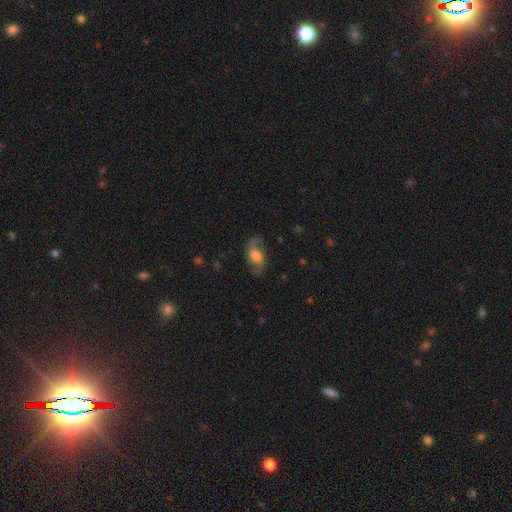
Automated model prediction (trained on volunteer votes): smooth_or_featured: featured or disk (p=0.59) [alt: smooth p=0.33]
disk_edge_on: no (p=0.93) [alt: yes p=0.07]
bar: no (p=0.48) [alt: weak p=0.38]
has_spiral_arms: yes (p=0.86) [alt: no p=0.14]
bulge_size: large (p=0.46) [alt: moderate p=0.22]
merging: none (p=0.68) [alt: minor disturbance p=0.18]